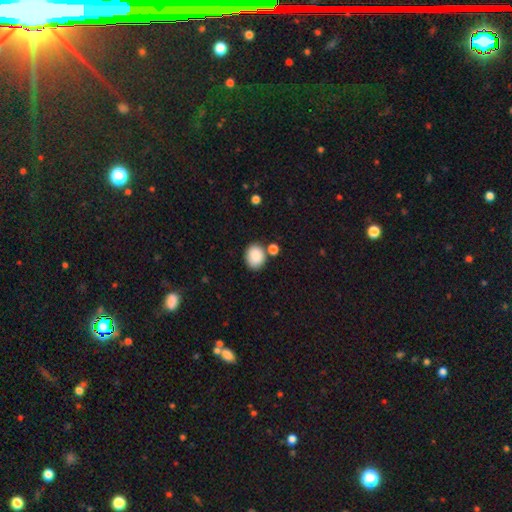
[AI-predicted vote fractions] Smooth or featured? Predicted: smooth (p=0.88). How rounded? Predicted: round (p=0.53). Merging? Predicted: none (p=0.73).